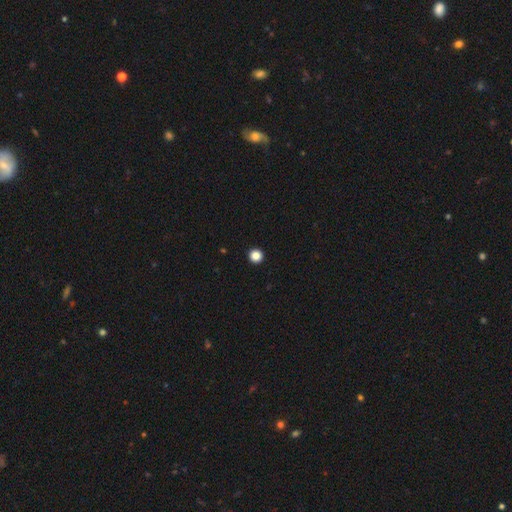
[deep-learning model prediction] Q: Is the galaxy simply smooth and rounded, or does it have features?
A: smooth — 86%.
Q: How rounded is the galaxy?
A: round — 96%.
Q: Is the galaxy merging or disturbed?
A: none — 95%.